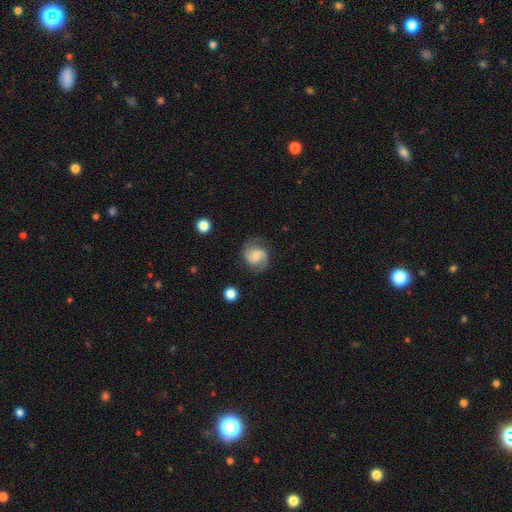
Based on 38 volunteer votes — This appears to be a featured or disk galaxy (79%) with a weak bar (50%), 2 (97%) medium (52%) spiral arms (97%) and a small central bulge (47%). Merging: none (83%).